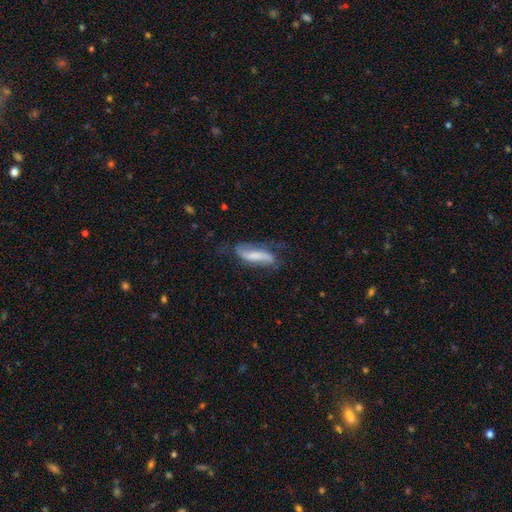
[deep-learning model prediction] The model was most divided on "smooth or featured": featured or disk: 58%, smooth: 34%, star or artifact: 8%. More confident: edge-on disk — no (79%); merging — none (54%).